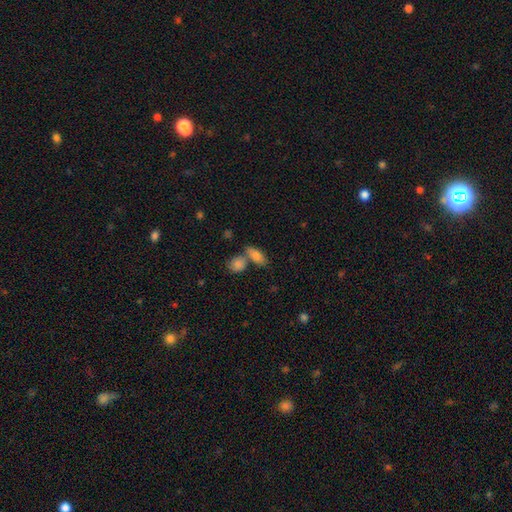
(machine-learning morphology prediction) Overall: smooth (79%). How rounded: in between (77%). Merging: none (47%; merger 36%).